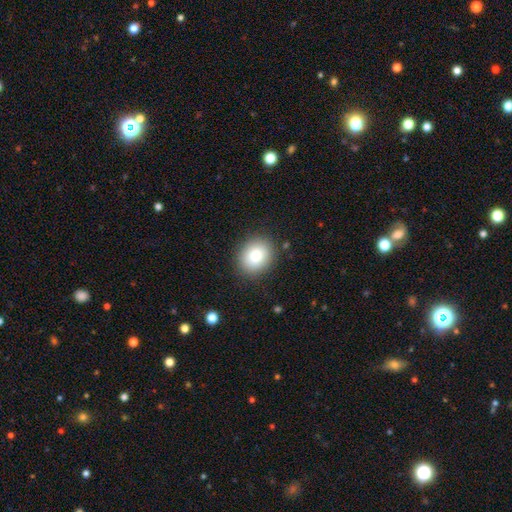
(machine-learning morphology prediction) This is likely a smooth galaxy (79%). How rounded: likely round (69%). Merging: clearly none (88%).